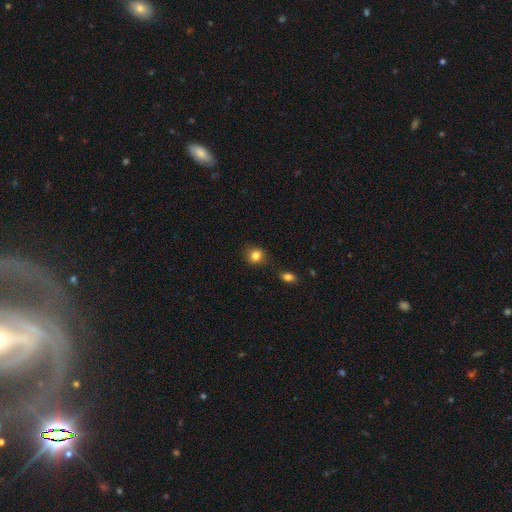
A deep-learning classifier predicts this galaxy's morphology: type=smooth (83%); roundness=round (74%); merging=none (79%).